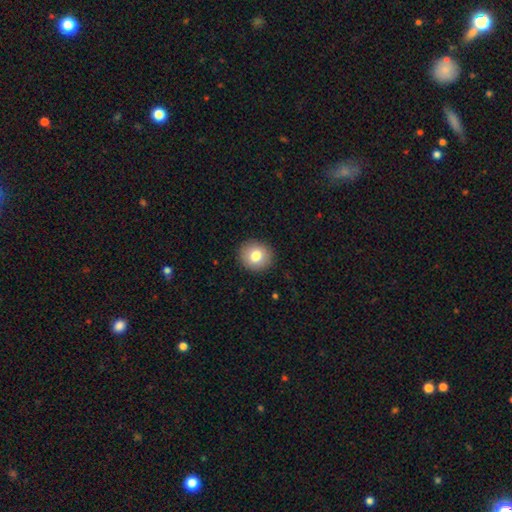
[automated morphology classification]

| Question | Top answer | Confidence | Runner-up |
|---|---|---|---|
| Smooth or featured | smooth | 79% | featured or disk (12%) |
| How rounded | round | 86% | in between (13%) |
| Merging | none | 91% | minor disturbance (6%) |